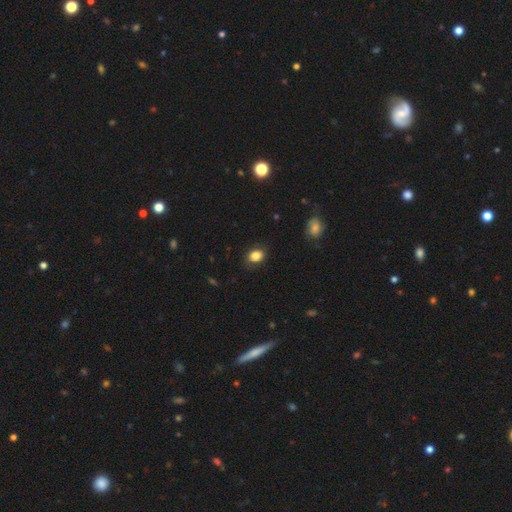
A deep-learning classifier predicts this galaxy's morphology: Smooth or featured?
  - smooth: 83% *
  - star or artifact: 9%
  - featured or disk: 8%
How rounded?
  - in between: 63% *
  - round: 36%
  - cigar-shaped: 1%
Merging?
  - none: 81% *
  - minor disturbance: 14%
  - major disturbance: 4%
  - merger: 1%